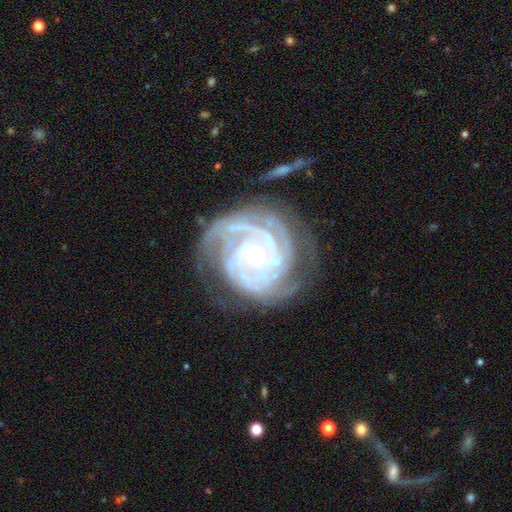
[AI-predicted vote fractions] Morphology: type=featured or disk (91%); edge-on=no (98%); bar=no (74%); spiral arms=yes (98%); winding=tight (76%); arm count=3 (27%); bulge=small (77%); merging=none (68%).